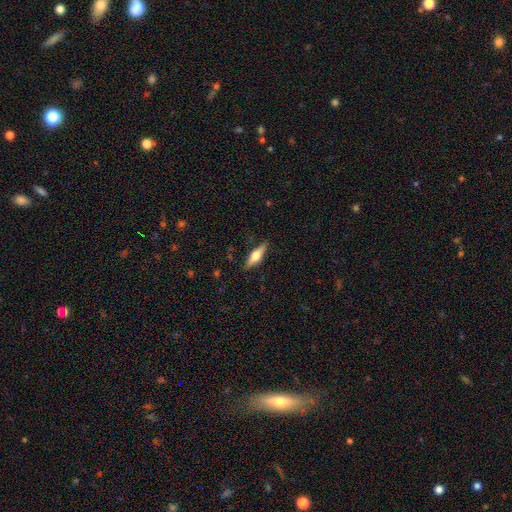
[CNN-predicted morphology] smooth-or-featured: featured or disk: 51% | smooth: 43% | star or artifact: 6%
  disk-edge-on: yes: 93% | no: 7%
  merging: none: 86% | minor disturbance: 10% | major disturbance: 2% | merger: 1%